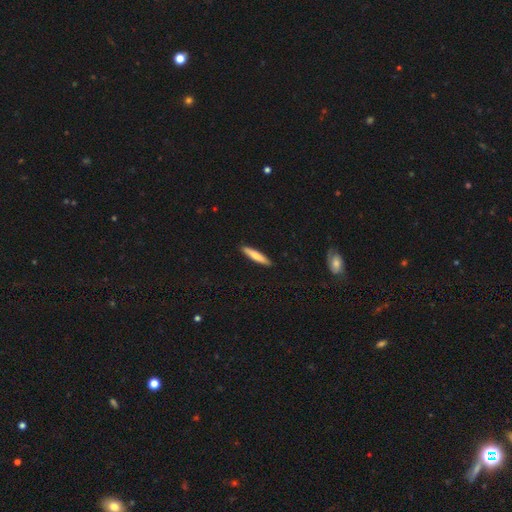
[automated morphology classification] Smooth or featured?
  - smooth: 72% *
  - featured or disk: 23%
  - star or artifact: 5%
How rounded?
  - cigar-shaped: 89% *
  - in between: 10%
  - round: 1%
Merging?
  - none: 91% *
  - minor disturbance: 7%
  - major disturbance: 1%
  - merger: 1%